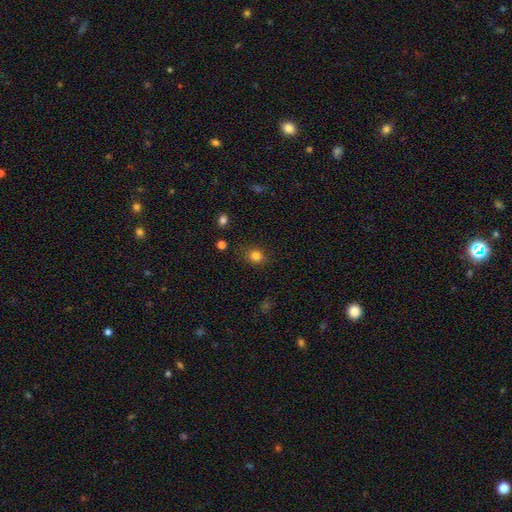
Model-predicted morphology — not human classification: smooth-or-featured: smooth: 82% | star or artifact: 13% | featured or disk: 5%
  how-rounded: round: 67% | in between: 32% | cigar-shaped: 1%
  merging: none: 81% | minor disturbance: 13% | major disturbance: 4% | merger: 2%